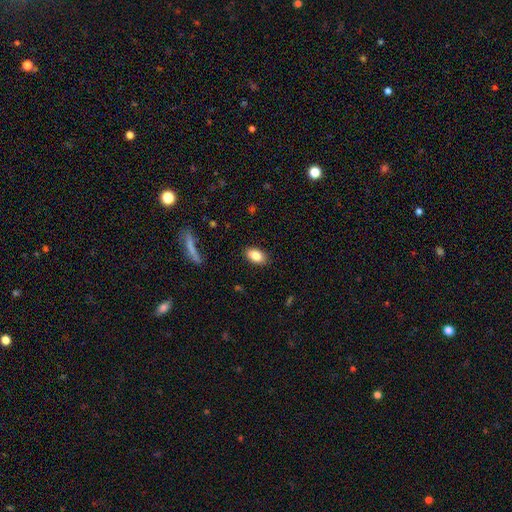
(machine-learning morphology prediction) Smooth or featured: smooth — 84% (featured or disk — 8%)
How rounded: in between — 90% (round — 7%)
Merging: none — 87% (minor disturbance — 9%)